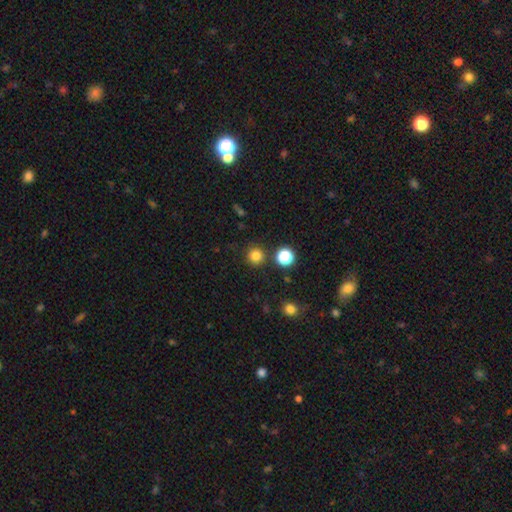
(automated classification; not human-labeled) This appears to be a smooth galaxy with no disk features (80%) that is round (95%). Merging: none (88%).